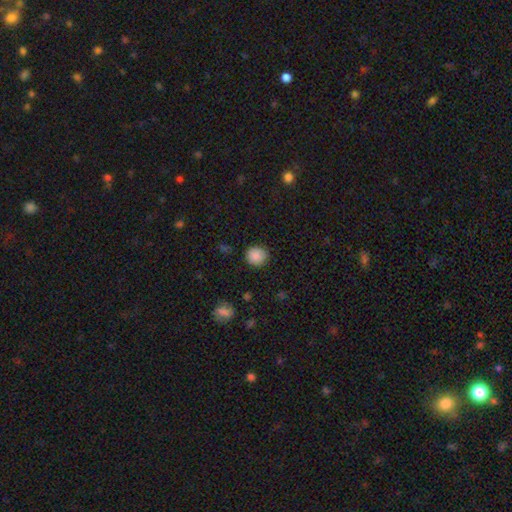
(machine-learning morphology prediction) This appears to be a smooth galaxy with no disk features (86%) that is round (89%). Merging: none (86%).